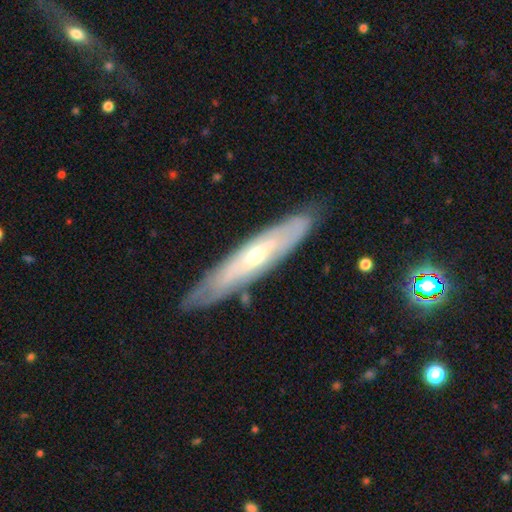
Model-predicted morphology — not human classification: featured or disk 69%, smooth 24%, star or artifact 6%. Down the decision tree: edge-on disk — yes (52%); merging — none (82%).